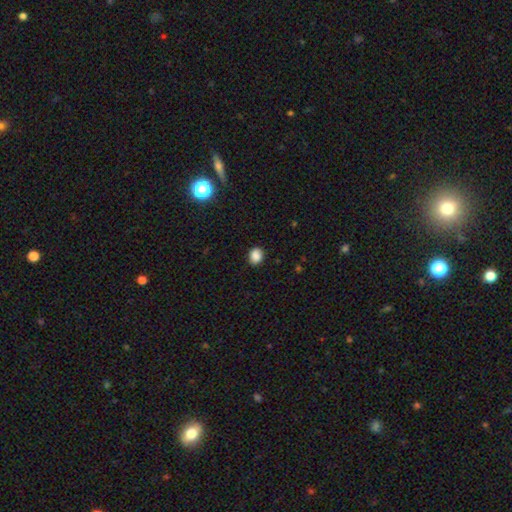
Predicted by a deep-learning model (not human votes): smooth-or-featured: smooth: 86% | star or artifact: 10% | featured or disk: 4%
  how-rounded: round: 50% | in between: 49% | cigar-shaped: 1%
  merging: none: 86% | minor disturbance: 11% | major disturbance: 2% | merger: 1%